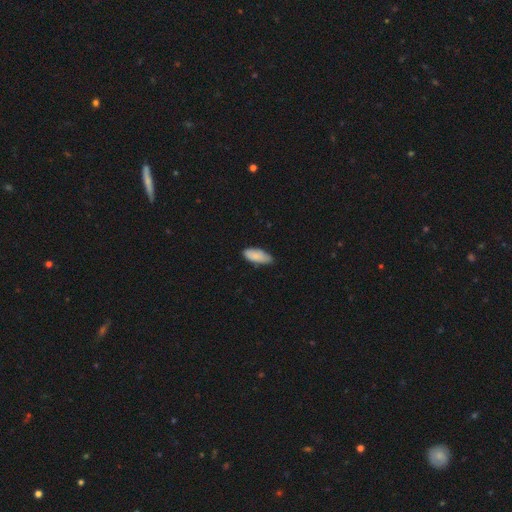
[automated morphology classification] smooth_or_featured: smooth (p=0.86) [alt: featured or disk p=0.08]
how_rounded: in between (p=0.82) [alt: cigar-shaped p=0.17]
merging: none (p=0.66) [alt: minor disturbance p=0.29]